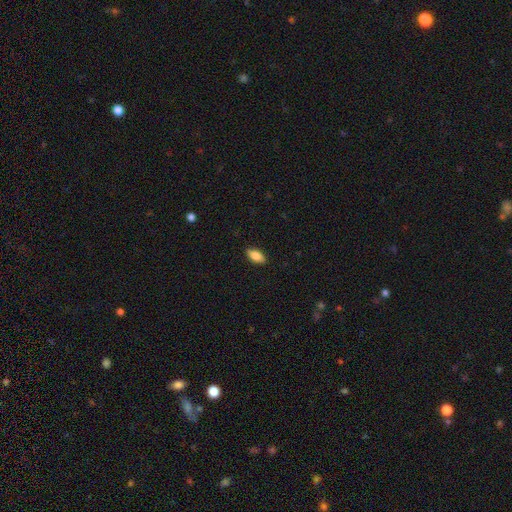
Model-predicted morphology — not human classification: A smooth galaxy with no disk features (83%) that is in between round and cigar-shaped (87%).

Vote fractions:
- Smooth or featured? smooth: 83% / featured or disk: 10% / star or artifact: 7%
- How rounded? in between: 87% / cigar-shaped: 10% / round: 3%
- Merging? none: 89% / minor disturbance: 8% / major disturbance: 2% / merger: 1%